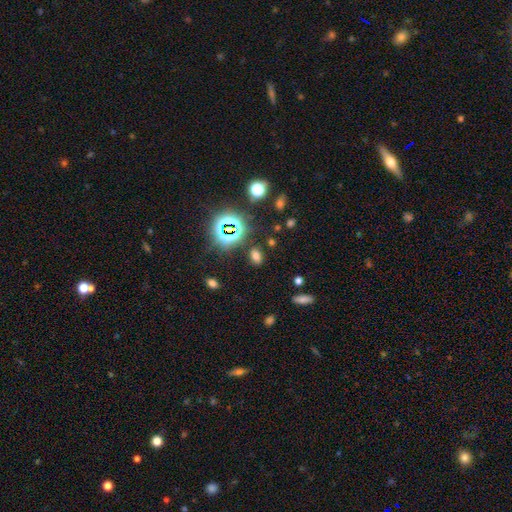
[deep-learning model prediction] This appears to be a smooth galaxy with no disk features (61%) that is in between round and cigar-shaped (79%). Merging: none (83%).